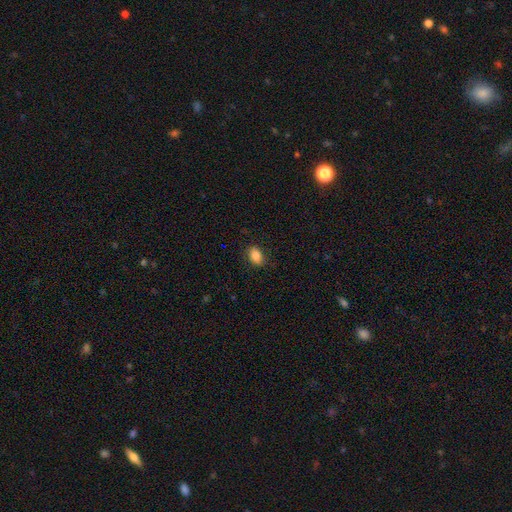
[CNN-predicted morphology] smooth-or-featured: smooth: 85% | star or artifact: 8% | featured or disk: 7%
  how-rounded: in between: 83% | round: 15% | cigar-shaped: 2%
  merging: none: 84% | minor disturbance: 12% | major disturbance: 3% | merger: 1%